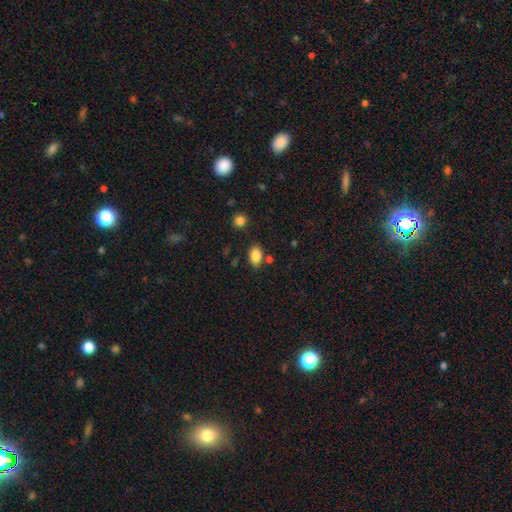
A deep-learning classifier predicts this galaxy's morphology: smooth 86%, star or artifact 9%, featured or disk 5%. Down the decision tree: how rounded — in between (81%); merging — none (76%).